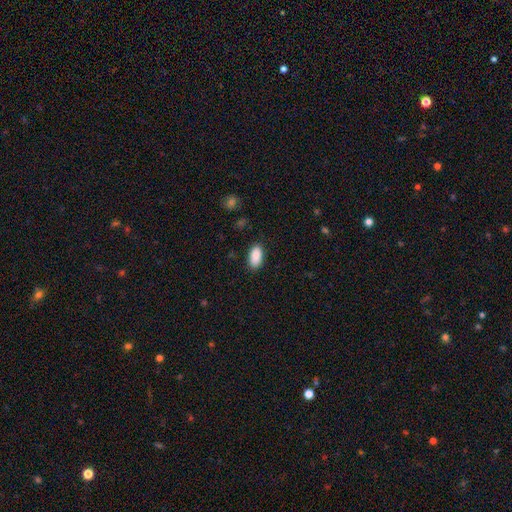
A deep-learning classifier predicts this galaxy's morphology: Overall: smooth (89%). How rounded: in between (93%). Merging: none (86%).